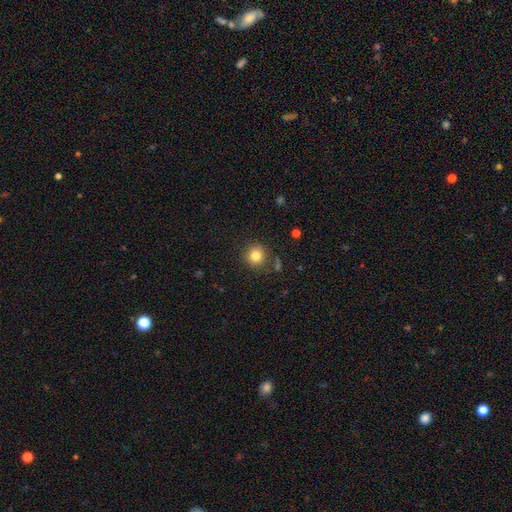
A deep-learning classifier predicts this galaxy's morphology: smooth_or_featured: smooth (p=0.82) [alt: star or artifact p=0.12]
how_rounded: round (p=0.93) [alt: in between p=0.06]
merging: none (p=0.84) [alt: minor disturbance p=0.09]